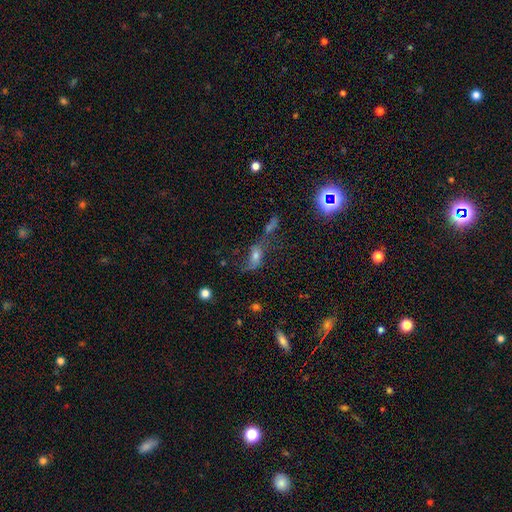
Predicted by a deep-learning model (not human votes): This appears to be a featured or disk galaxy (45%). Merging: none (35%).